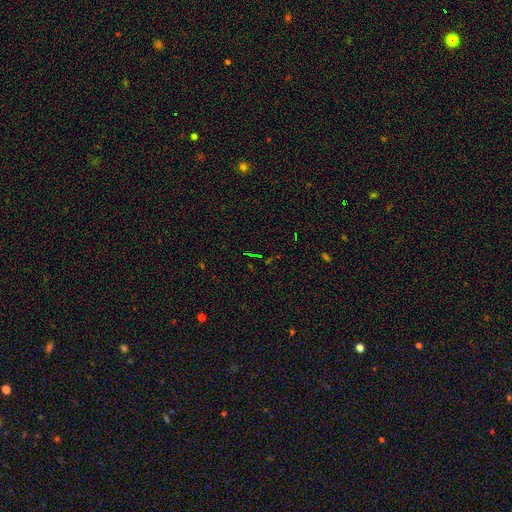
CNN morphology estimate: Overall: star or artifact (73%).